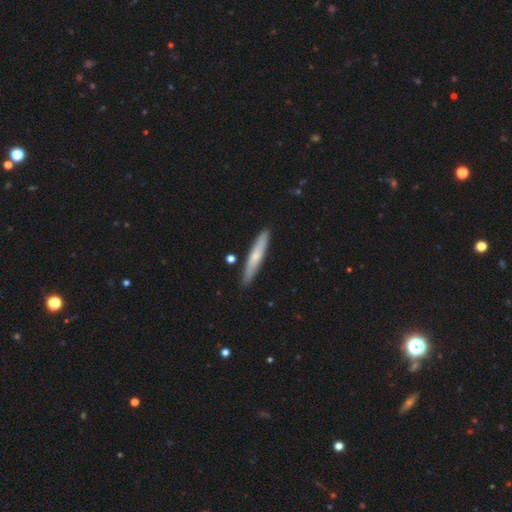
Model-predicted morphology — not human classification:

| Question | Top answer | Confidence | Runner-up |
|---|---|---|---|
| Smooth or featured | smooth | 60% | featured or disk (34%) |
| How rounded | cigar-shaped | 92% | in between (6%) |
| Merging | none | 89% | minor disturbance (8%) |